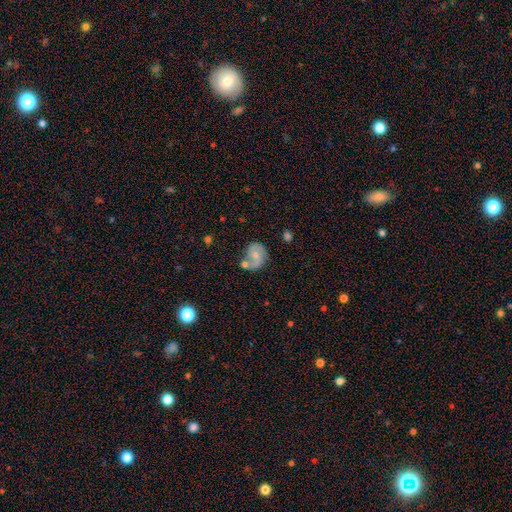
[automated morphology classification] A featured or disk galaxy (62%) with no bar (57%), 2 (78%) medium (47%) spiral arms (86%) and a small central bulge (50%).

Vote fractions:
- Smooth or featured? featured or disk: 62% / smooth: 30% / star or artifact: 8%
- Edge-on disk? no: 98% / yes: 2%
- Bar? no: 57% / weak: 36% / strong: 7%
- Spiral arms? yes: 86% / no: 14%
- Spiral winding? medium: 47% / loose: 32% / tight: 22%
- Spiral arm count? 2: 78% / 1: 11% / can't tell: 7% / 3: 1% / 4: 1% / more than 4: 1%
- Bulge size? small: 50% / moderate: 37% / none: 9% / large: 2% / dominant: 1%
- Merging? none: 50% / minor disturbance: 21% / merger: 19% / major disturbance: 10%